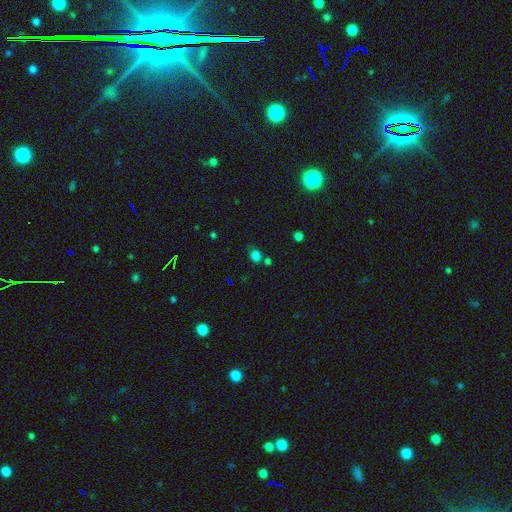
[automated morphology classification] Smooth or featured: smooth — 75% (star or artifact — 20%)
How rounded: round — 57% (in between — 42%)
Merging: none — 70% (minor disturbance — 14%)